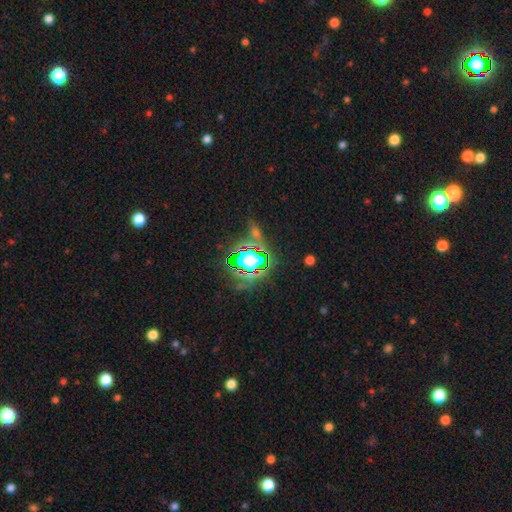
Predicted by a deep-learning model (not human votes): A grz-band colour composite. It shows a star or artifact, not a galaxy (81%).